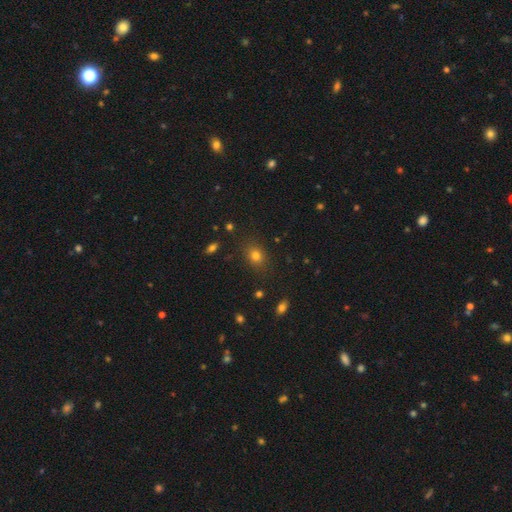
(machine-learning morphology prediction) This is likely a smooth galaxy (77%). How rounded: possibly round (53%). Merging: clearly none (84%).